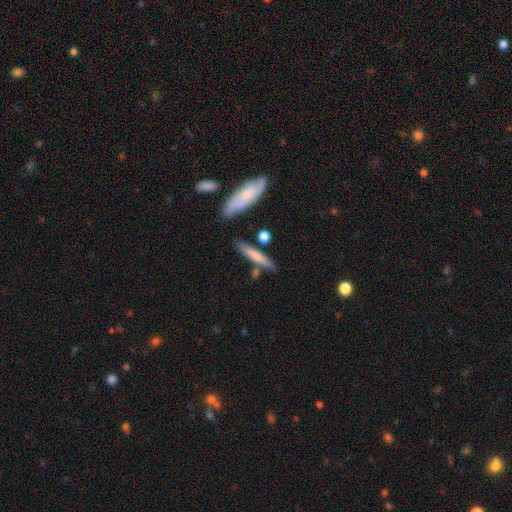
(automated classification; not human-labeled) Smooth or featured: smooth — 68% (featured or disk — 26%)
How rounded: cigar-shaped — 89% (in between — 10%)
Merging: none — 75% (minor disturbance — 13%)